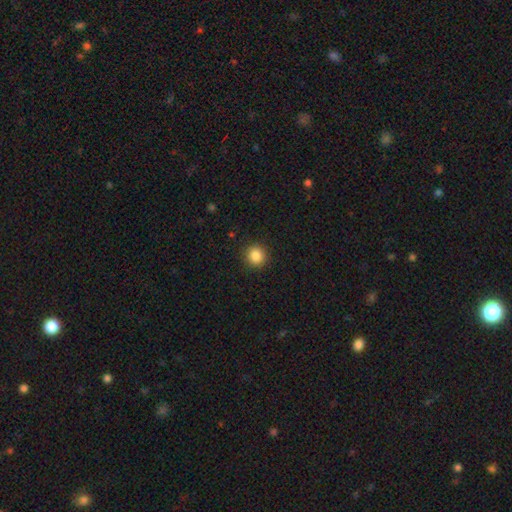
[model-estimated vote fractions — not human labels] Smooth or featured: smooth — 86% (star or artifact — 10%)
How rounded: round — 93% (in between — 6%)
Merging: none — 92% (minor disturbance — 6%)